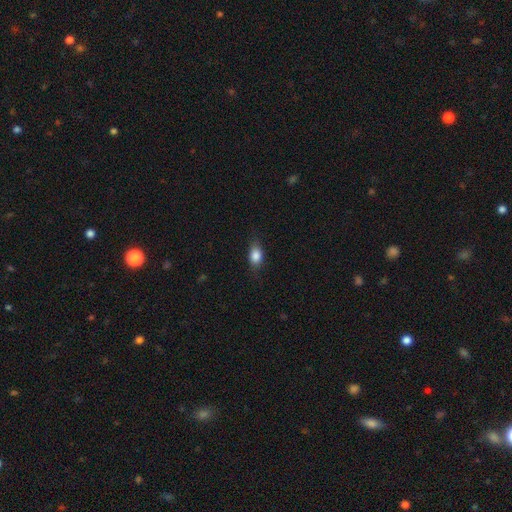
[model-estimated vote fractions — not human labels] smooth_or_featured: smooth (p=0.83) [alt: featured or disk p=0.09]
how_rounded: in between (p=0.78) [alt: round p=0.17]
merging: none (p=0.76) [alt: minor disturbance p=0.19]